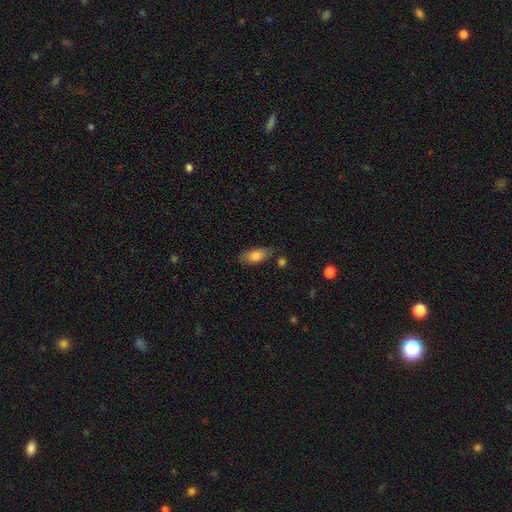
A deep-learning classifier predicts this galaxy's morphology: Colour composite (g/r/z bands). It shows a smooth galaxy with no disk features (81%) that is in between round and cigar-shaped (86%). Merging: none (73%).